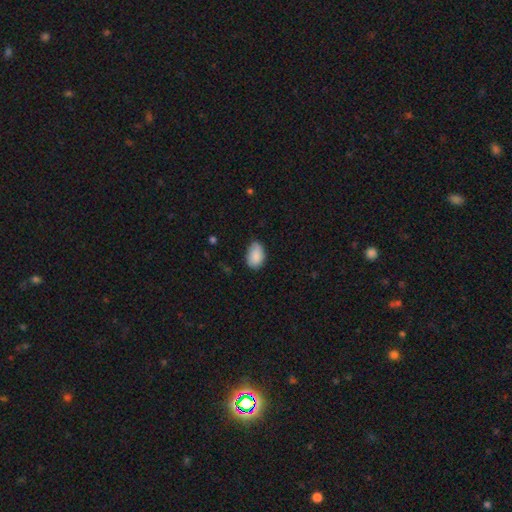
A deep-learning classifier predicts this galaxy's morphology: Smooth or featured? Predicted: smooth (p=0.88). How rounded? Predicted: in between (p=0.89). Merging? Predicted: none (p=0.66).